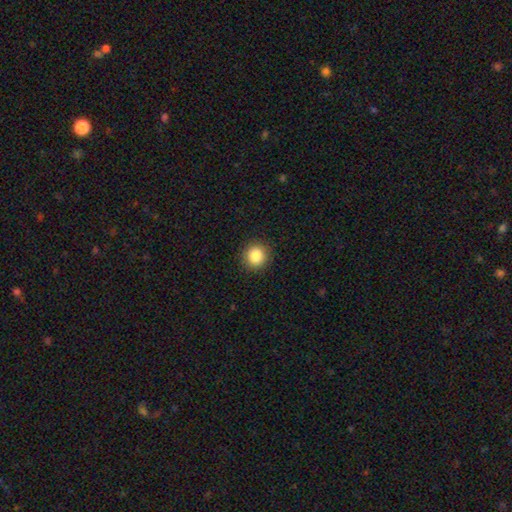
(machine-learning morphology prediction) Overall: smooth (85%). How rounded: round (91%). Merging: none (91%).